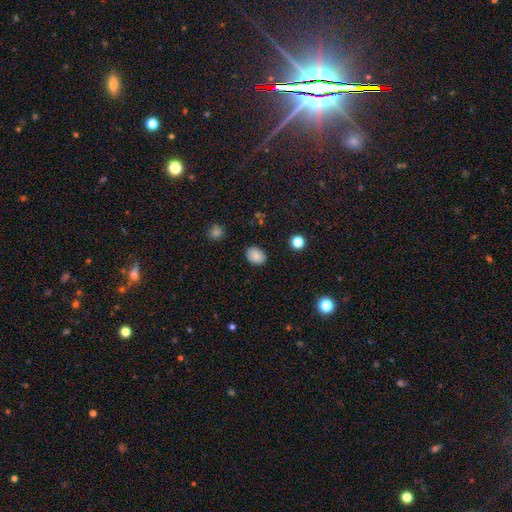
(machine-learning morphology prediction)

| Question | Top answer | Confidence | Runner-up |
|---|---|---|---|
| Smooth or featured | smooth | 85% | star or artifact (9%) |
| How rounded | in between | 64% | round (35%) |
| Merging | none | 86% | minor disturbance (10%) |